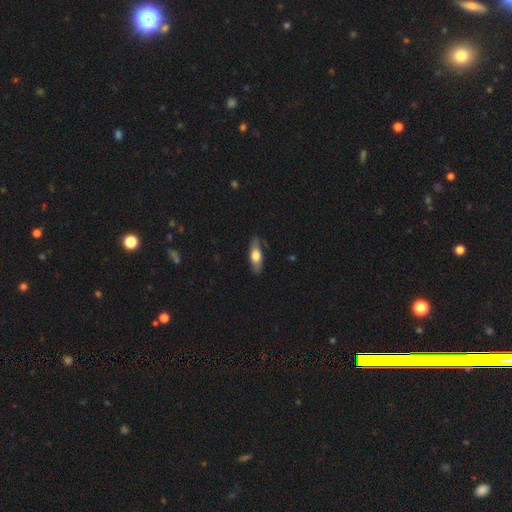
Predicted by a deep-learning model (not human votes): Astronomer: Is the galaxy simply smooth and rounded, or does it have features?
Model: smooth — 59% (runner-up: featured or disk, 36%).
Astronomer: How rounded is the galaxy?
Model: in between — 66%.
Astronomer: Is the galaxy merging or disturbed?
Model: none — 77%.